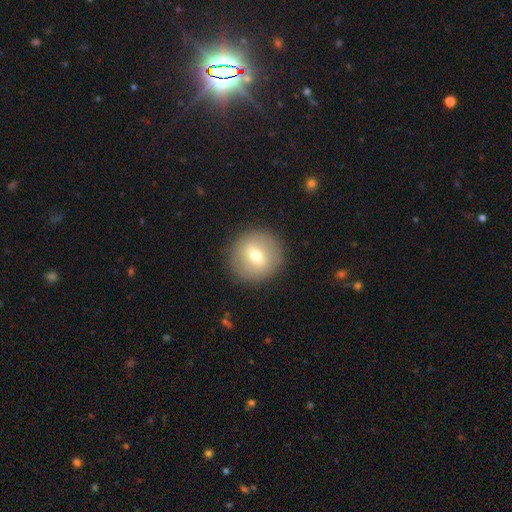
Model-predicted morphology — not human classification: This is likely a smooth galaxy (63%). How rounded: clearly round (93%). Merging: clearly none (89%).